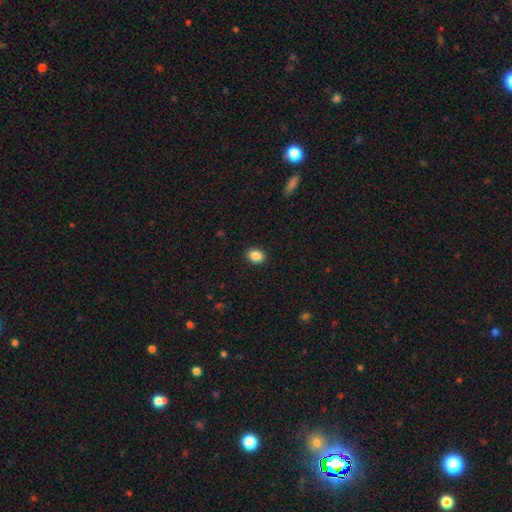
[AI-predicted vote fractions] Smooth or featured? smooth (88%)
How rounded? in between (67%)
Merging? none (90%)